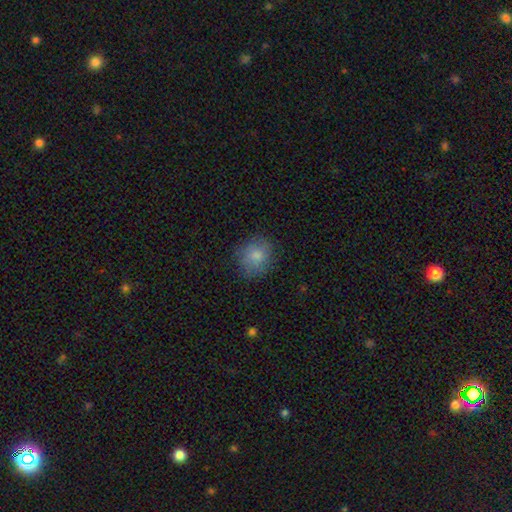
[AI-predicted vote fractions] Smooth or featured? Predicted: smooth (p=0.82). How rounded? Predicted: round (p=0.78). Merging? Predicted: none (p=0.78).